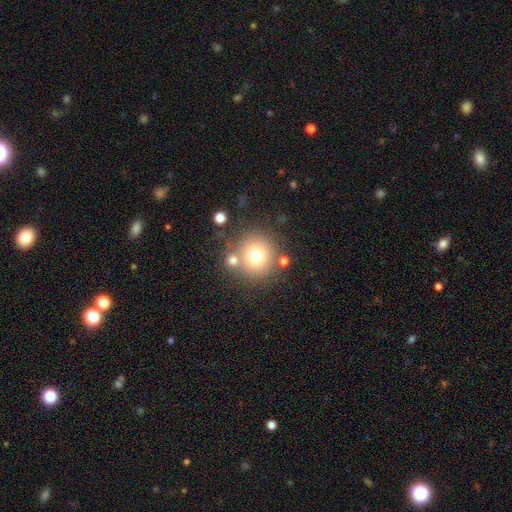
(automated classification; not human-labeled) The model was most divided on "merging": none: 70%, merger: 16%, minor disturbance: 10%, major disturbance: 5%. More confident: how rounded — round (92%); smooth or featured — smooth (72%).